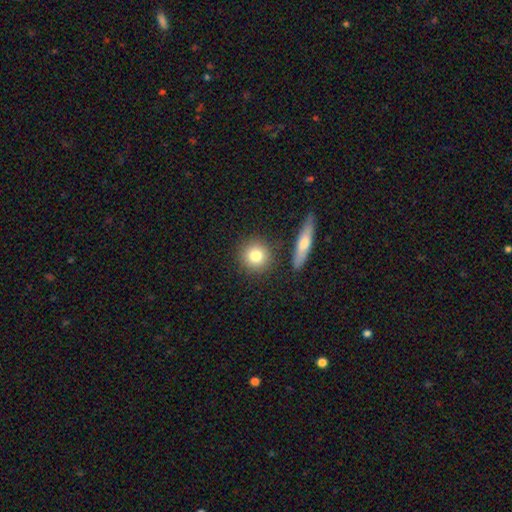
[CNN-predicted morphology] This is clearly a smooth galaxy (80%). How rounded: clearly round (88%). Merging: clearly none (82%).